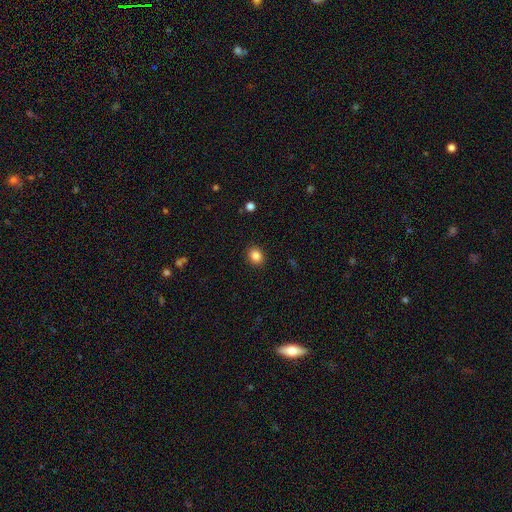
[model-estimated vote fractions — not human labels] Smooth or featured: smooth — 86% (star or artifact — 10%)
How rounded: round — 58% (in between — 41%)
Merging: none — 90% (minor disturbance — 7%)